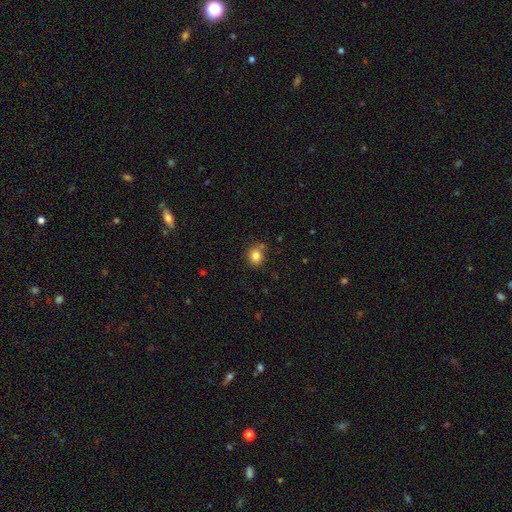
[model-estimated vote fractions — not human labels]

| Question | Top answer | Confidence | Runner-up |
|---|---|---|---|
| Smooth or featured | smooth | 83% | star or artifact (11%) |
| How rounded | round | 76% | in between (24%) |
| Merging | none | 73% | minor disturbance (18%) |